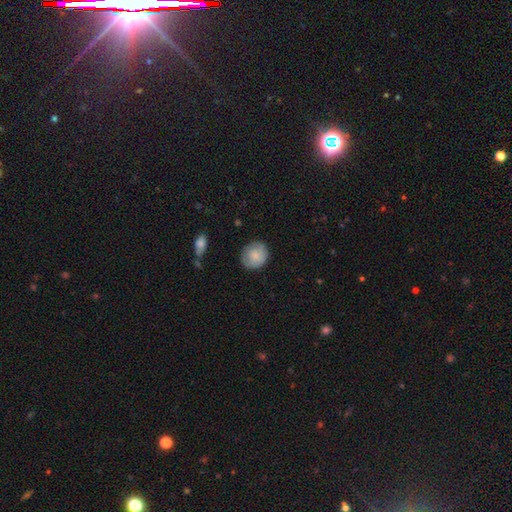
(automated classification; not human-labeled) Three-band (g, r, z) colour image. It shows a smooth galaxy with no disk features (80%) that is round (85%). Merging: none (78%).